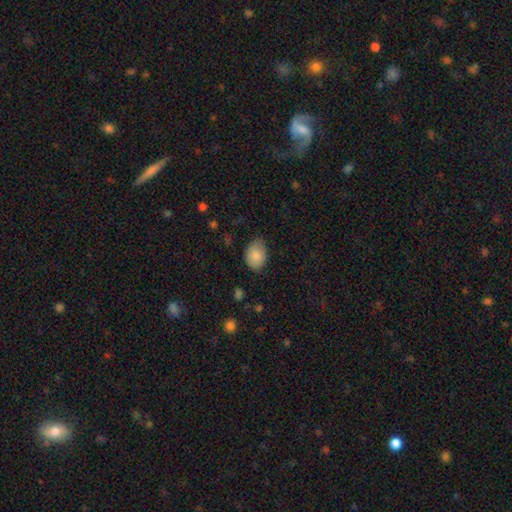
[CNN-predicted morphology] A smooth galaxy with no disk features (86%) that is in between round and cigar-shaped (82%). Merging: none (76%).